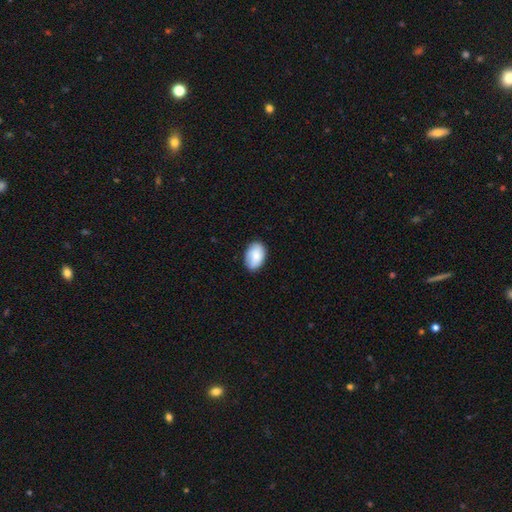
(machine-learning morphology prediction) smooth 84%, featured or disk 10%, star or artifact 6%. Down the decision tree: how rounded — in between (88%); merging — none (82%).